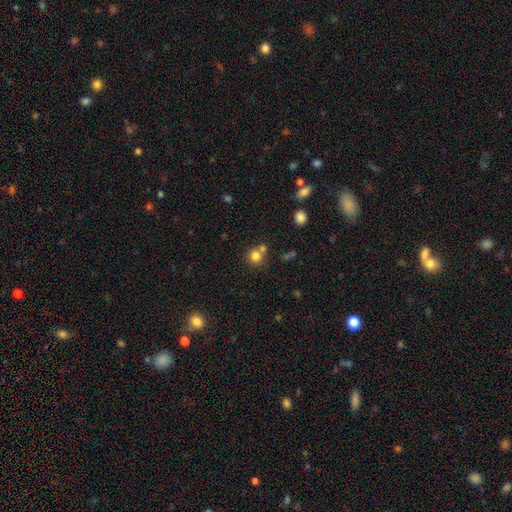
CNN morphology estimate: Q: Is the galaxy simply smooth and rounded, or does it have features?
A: smooth — 80%.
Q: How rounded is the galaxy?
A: round — 87%.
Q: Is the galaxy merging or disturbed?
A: none — 59%.